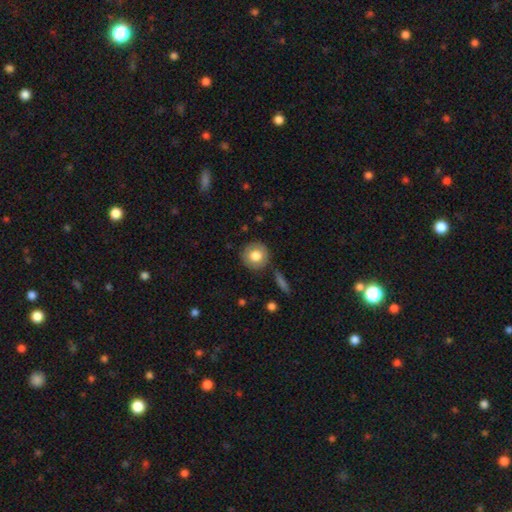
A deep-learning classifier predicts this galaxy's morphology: This is likely a smooth galaxy (76%). How rounded: clearly round (92%). Merging: clearly none (85%).